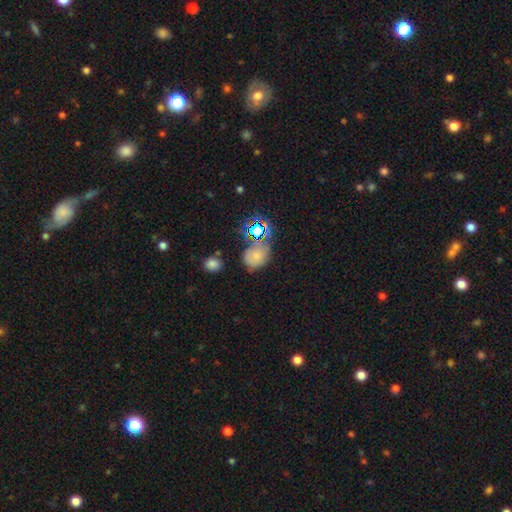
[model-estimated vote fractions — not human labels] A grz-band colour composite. It shows a smooth galaxy with no disk features (66%) that is round (54%). Merging: none (61%).